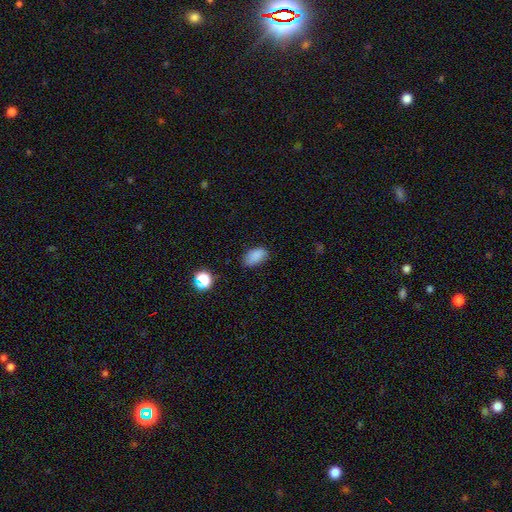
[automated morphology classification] Smooth or featured? Predicted: smooth (p=0.85). How rounded? Predicted: in between (p=0.91). Merging? Predicted: none (p=0.77).